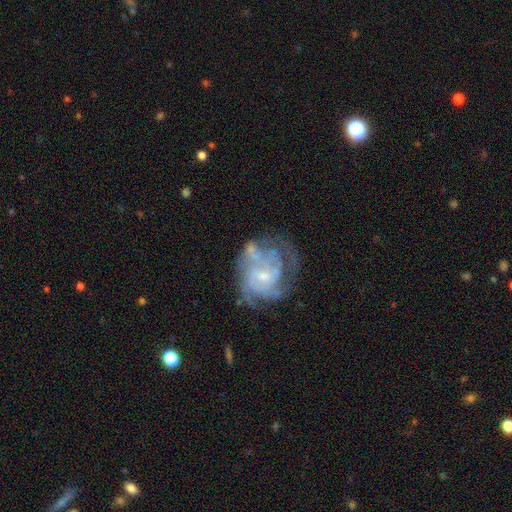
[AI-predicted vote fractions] A featured or disk galaxy (78%) with no bar (64%), tight (51%) spiral arms (79%) and a small central bulge (55%).

Vote fractions:
- Smooth or featured? featured or disk: 78% / smooth: 14% / star or artifact: 8%
- Edge-on disk? no: 98% / yes: 2%
- Bar? no: 64% / weak: 31% / strong: 4%
- Spiral arms? yes: 79% / no: 21%
- Spiral winding? tight: 51% / medium: 35% / loose: 14%
- Spiral arm count? can't tell: 45% / 3: 19% / 2: 13% / 4: 12% / 1: 5% / more than 4: 5%
- Bulge size? small: 55% / moderate: 34% / none: 8% / large: 2% / dominant: 1%
- Merging? none: 44% / major disturbance: 26% / minor disturbance: 22% / merger: 8%